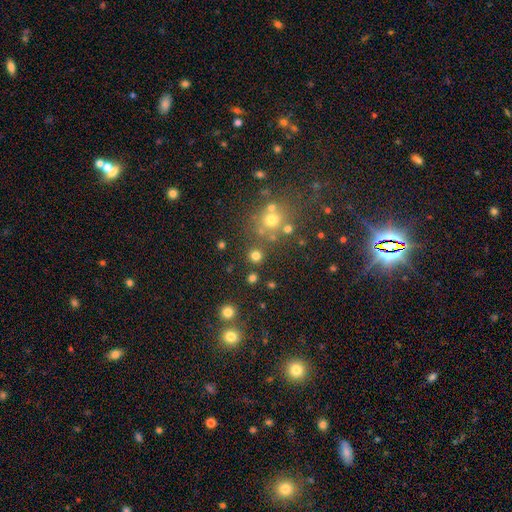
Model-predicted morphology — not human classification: smooth-or-featured: smooth: 74% | star or artifact: 19% | featured or disk: 7%
  how-rounded: round: 92% | in between: 7% | cigar-shaped: 1%
  merging: none: 81% | merger: 9% | minor disturbance: 7% | major disturbance: 3%